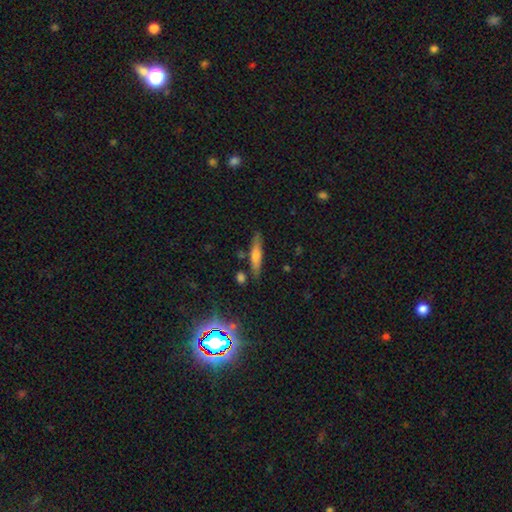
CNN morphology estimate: Smooth or featured? smooth (52%)
How rounded? cigar-shaped (81%)
Merging? none (81%)